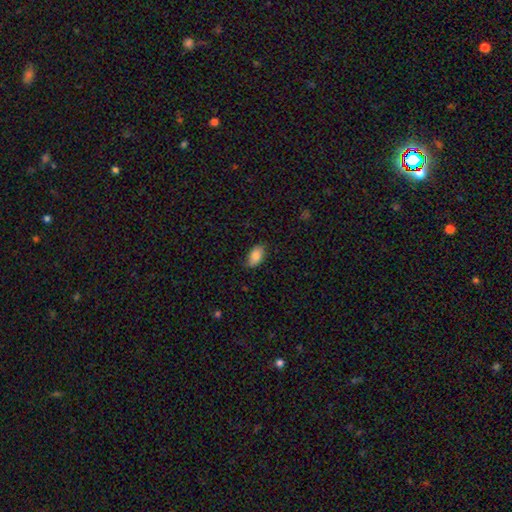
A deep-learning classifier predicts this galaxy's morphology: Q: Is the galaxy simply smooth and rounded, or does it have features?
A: smooth — 85%.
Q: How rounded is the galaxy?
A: in between — 93%.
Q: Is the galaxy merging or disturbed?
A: none — 81%.